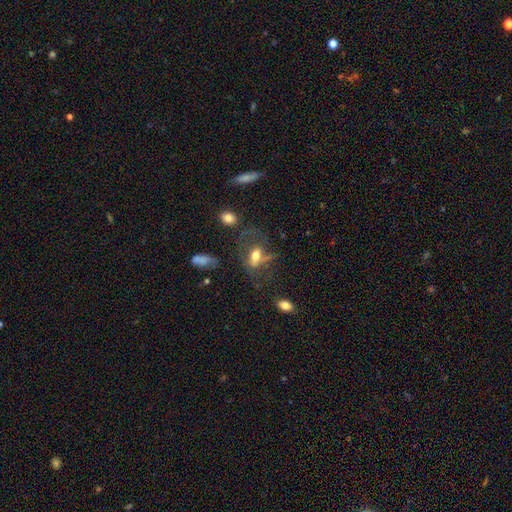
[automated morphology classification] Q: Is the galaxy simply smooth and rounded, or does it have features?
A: featured or disk — 46%.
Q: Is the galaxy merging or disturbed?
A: major disturbance — 37%.